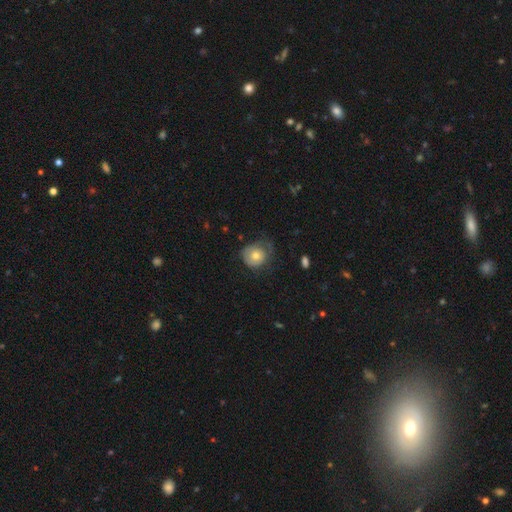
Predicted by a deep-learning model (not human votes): The model was most divided on "merging": none: 46%, minor disturbance: 34%, major disturbance: 19%, merger: 2%. More confident: how rounded — round (80%); smooth or featured — smooth (67%).